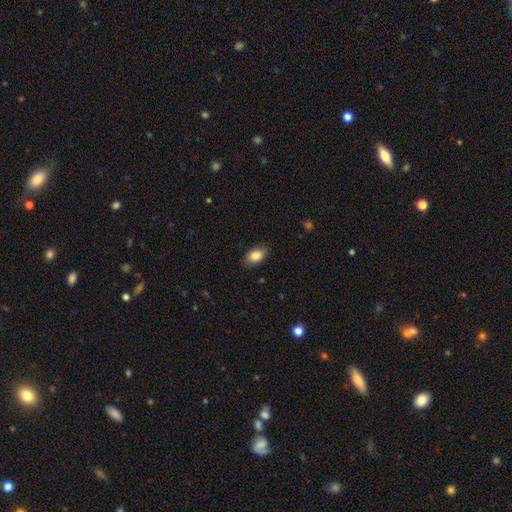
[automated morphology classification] This appears to be a smooth galaxy with no disk features (86%) that is in between round and cigar-shaped (86%). Merging: none (83%).